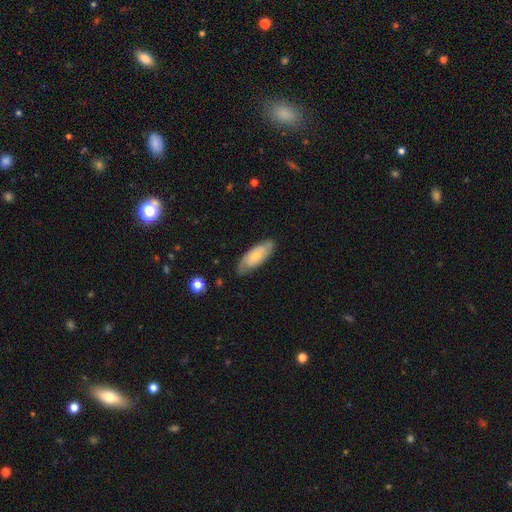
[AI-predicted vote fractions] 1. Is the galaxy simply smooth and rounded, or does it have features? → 53% featured or disk, 42% smooth, 6% star or artifact.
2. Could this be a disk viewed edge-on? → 86% no, 14% yes.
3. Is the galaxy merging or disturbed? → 77% none, 17% minor disturbance, 4% major disturbance, 1% merger.